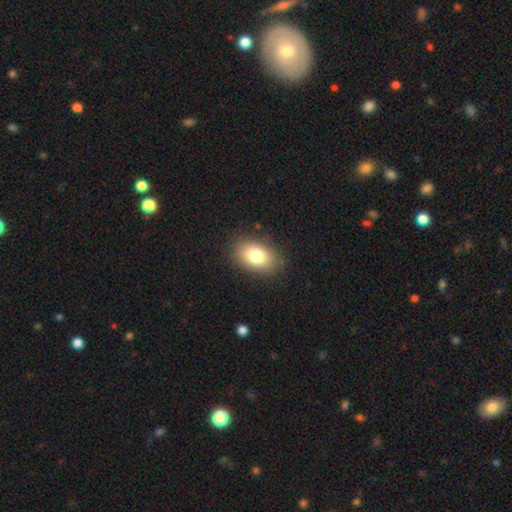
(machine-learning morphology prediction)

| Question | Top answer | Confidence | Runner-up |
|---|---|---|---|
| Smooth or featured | smooth | 80% | featured or disk (11%) |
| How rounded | in between | 86% | round (13%) |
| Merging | none | 85% | minor disturbance (11%) |